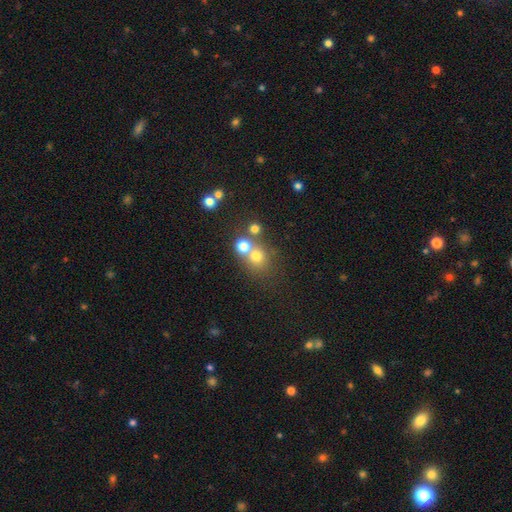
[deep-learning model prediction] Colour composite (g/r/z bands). It shows a smooth galaxy with no disk features (70%) that is round (83%). Merging: none (46%).